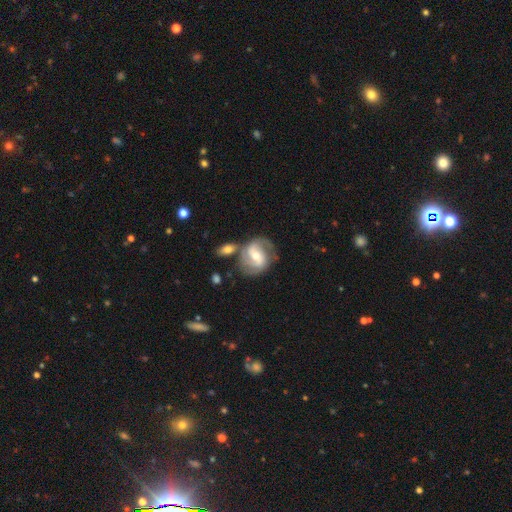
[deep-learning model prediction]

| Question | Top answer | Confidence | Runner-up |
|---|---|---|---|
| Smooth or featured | featured or disk | 80% | smooth (15%) |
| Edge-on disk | no | 97% | yes (3%) |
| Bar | weak | 48% | strong (28%) |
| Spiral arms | yes | 91% | no (9%) |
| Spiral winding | medium | 48% | tight (30%) |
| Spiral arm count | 2 | 78% | can't tell (10%) |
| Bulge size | moderate | 61% | small (33%) |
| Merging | none | 57% | merger (19%) |